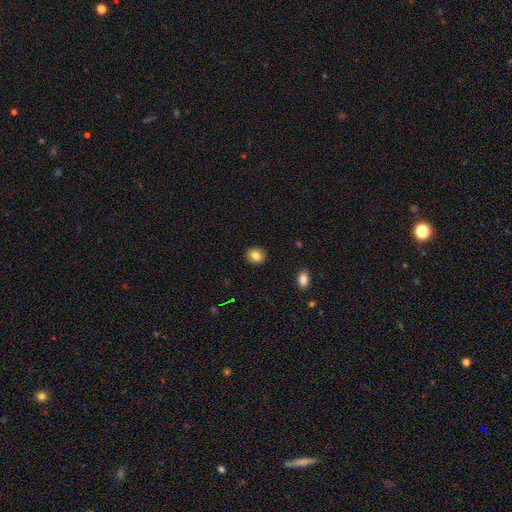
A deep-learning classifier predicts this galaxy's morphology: A smooth galaxy with no disk features (83%) that is round (78%). Merging: none (91%).